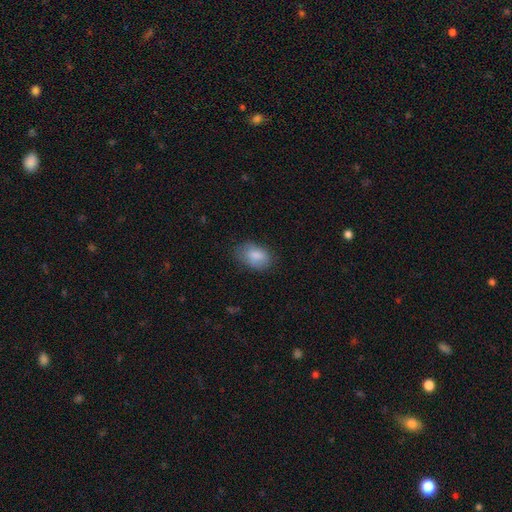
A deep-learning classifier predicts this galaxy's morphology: This is clearly a smooth galaxy (84%). How rounded: clearly in between (87%). Merging: likely none (67%).